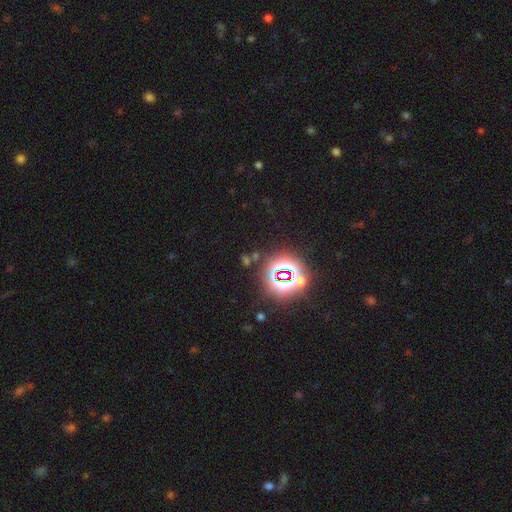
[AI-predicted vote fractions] Smooth or featured? star or artifact (77%)